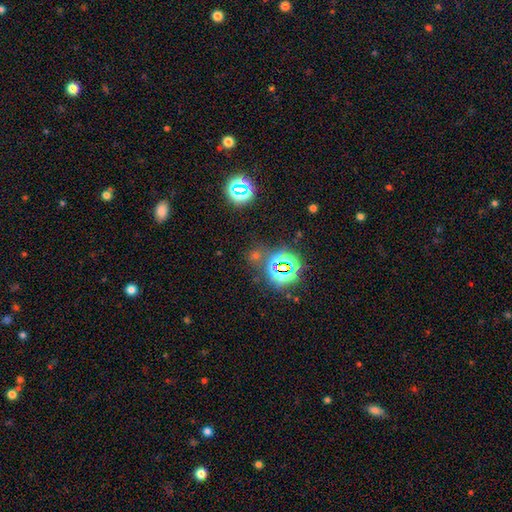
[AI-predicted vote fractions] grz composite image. It shows a star or artifact, not a galaxy (66%).